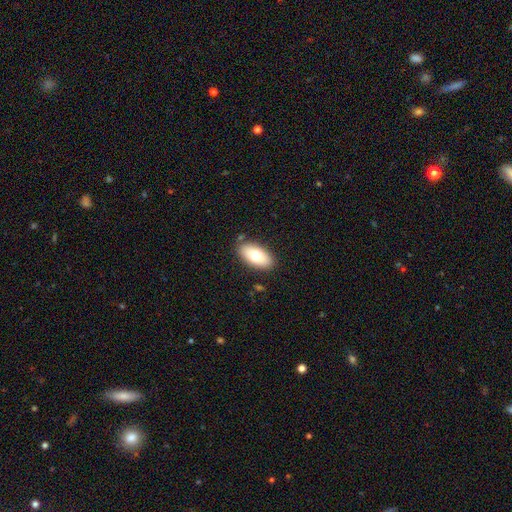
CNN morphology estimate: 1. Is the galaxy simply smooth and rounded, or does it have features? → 74% smooth, 19% featured or disk, 7% star or artifact.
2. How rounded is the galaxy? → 93% in between, 5% cigar-shaped, 3% round.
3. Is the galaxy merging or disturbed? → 85% none, 10% minor disturbance, 2% merger, 2% major disturbance.